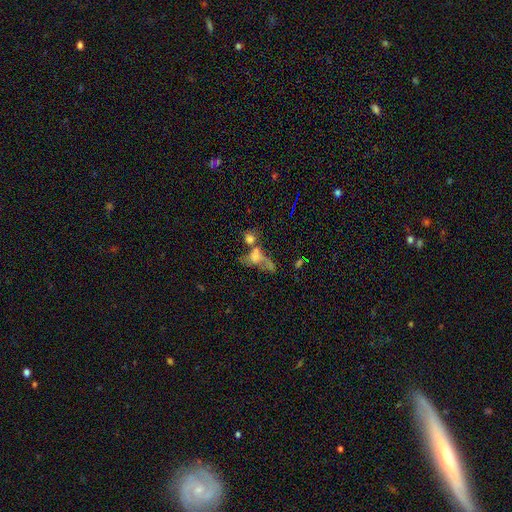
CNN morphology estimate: A smooth galaxy with no disk features (51%) that is in between round and cigar-shaped (59%).

Vote fractions:
- Smooth or featured? smooth: 51% / featured or disk: 32% / star or artifact: 16%
- How rounded? in between: 59% / round: 31% / cigar-shaped: 10%
- Merging? merger: 48% / major disturbance: 24% / none: 17% / minor disturbance: 10%